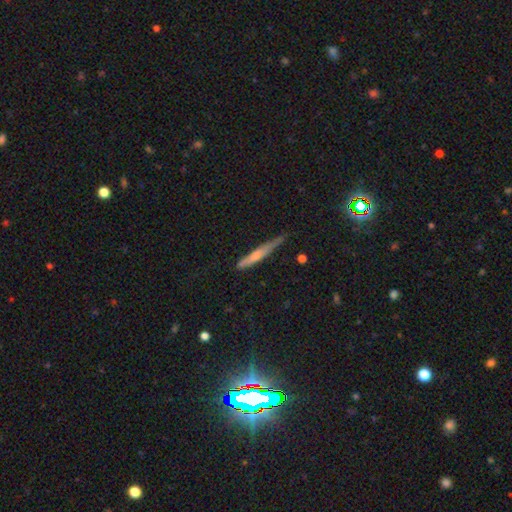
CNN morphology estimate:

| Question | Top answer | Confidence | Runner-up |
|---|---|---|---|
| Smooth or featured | smooth | 59% | featured or disk (35%) |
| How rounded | cigar-shaped | 94% | in between (4%) |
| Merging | none | 66% | minor disturbance (26%) |